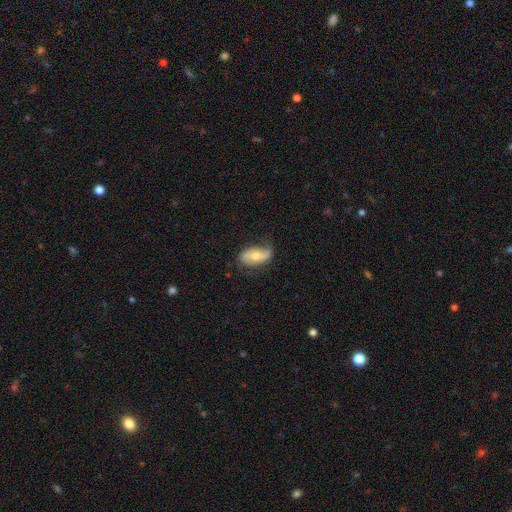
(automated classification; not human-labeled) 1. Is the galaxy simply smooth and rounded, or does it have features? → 55% featured or disk, 38% smooth, 7% star or artifact.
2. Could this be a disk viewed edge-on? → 92% no, 8% yes.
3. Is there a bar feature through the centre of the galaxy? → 58% no, 29% weak, 13% strong.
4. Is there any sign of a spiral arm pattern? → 83% yes, 17% no.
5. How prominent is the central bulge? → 62% moderate, 29% small, 6% large, 2% none, 1% dominant.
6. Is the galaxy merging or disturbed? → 63% none, 27% minor disturbance, 9% major disturbance, 2% merger.